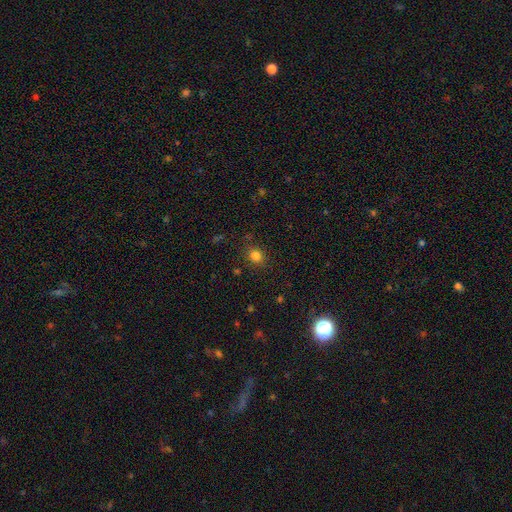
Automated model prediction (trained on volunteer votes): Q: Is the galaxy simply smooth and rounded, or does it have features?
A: smooth — 81%.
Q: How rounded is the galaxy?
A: round — 72%.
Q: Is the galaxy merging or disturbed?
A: none — 85%.